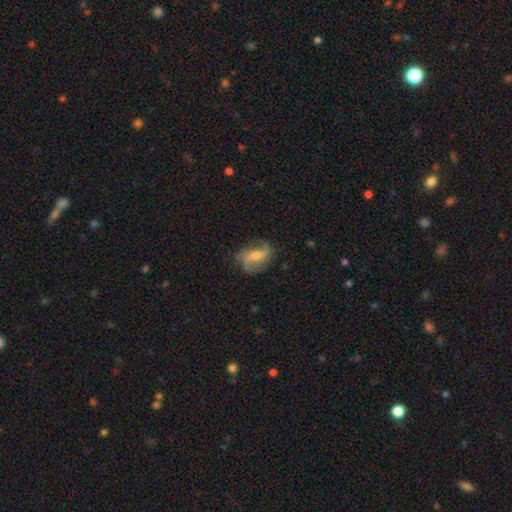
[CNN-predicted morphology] featured or disk 77%, smooth 16%, star or artifact 7%. Down the decision tree: edge-on disk — no (95%); bar — weak (43%); spiral arms — yes (92%); spiral arm count — 2 (80%); spiral winding — loose (66%); bulge size — moderate (54%); merging — none (66%).